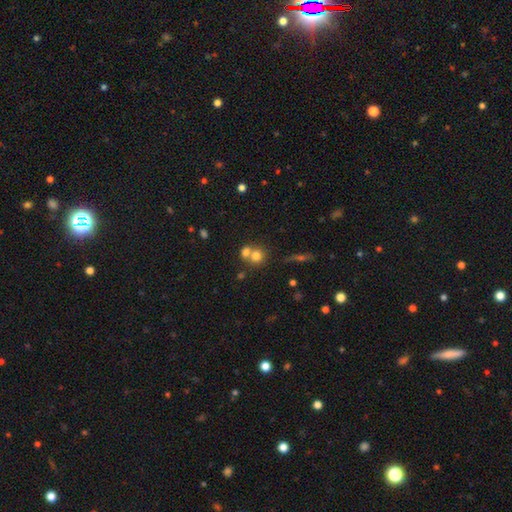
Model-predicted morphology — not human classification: Smooth or featured? Predicted: smooth (p=0.72). How rounded? Predicted: round (p=0.82). Merging? Predicted: merger (p=0.53).